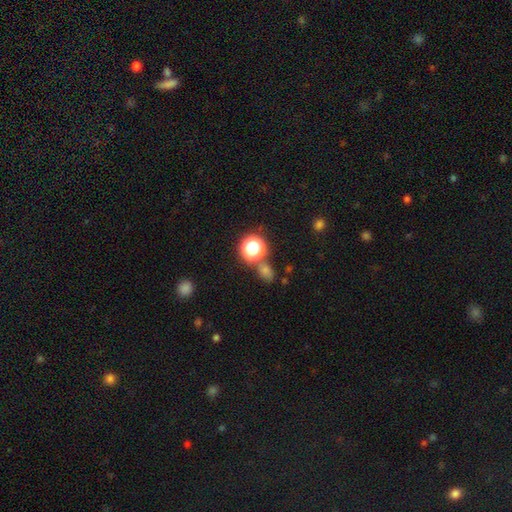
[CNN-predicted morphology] This appears to be a star or artifact, not a galaxy (53%).